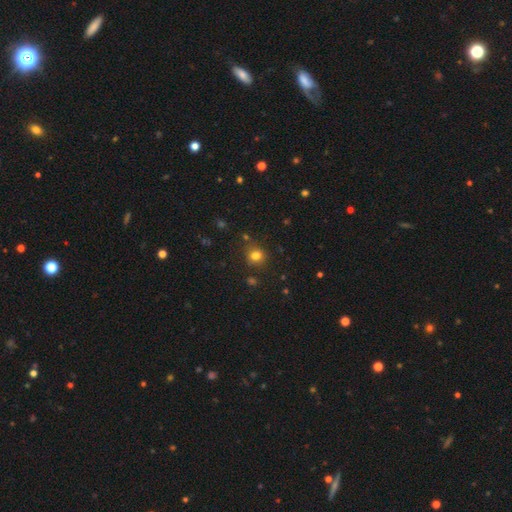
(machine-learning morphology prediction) This is likely a smooth galaxy (78%). How rounded: clearly round (81%). Merging: clearly none (82%).